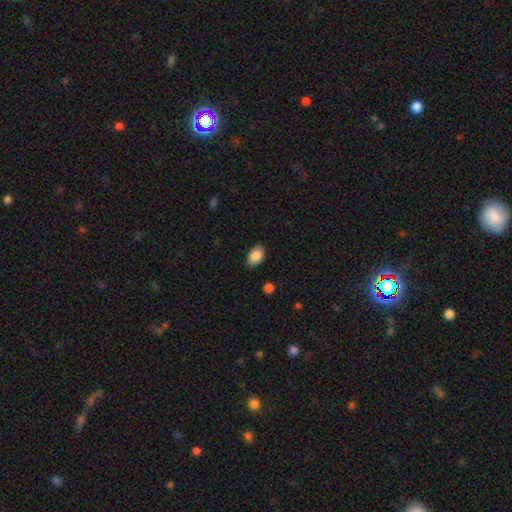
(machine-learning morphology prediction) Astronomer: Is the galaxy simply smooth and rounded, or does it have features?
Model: smooth — 89%.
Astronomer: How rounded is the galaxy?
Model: in between — 89%.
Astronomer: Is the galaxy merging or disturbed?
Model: none — 87%.